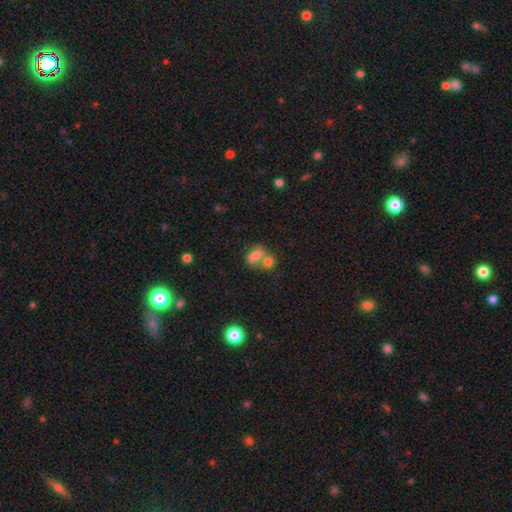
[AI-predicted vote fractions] Smooth or featured: smooth — 71% (featured or disk — 17%)
How rounded: in between — 75% (round — 22%)
Merging: merger — 55% (none — 28%)